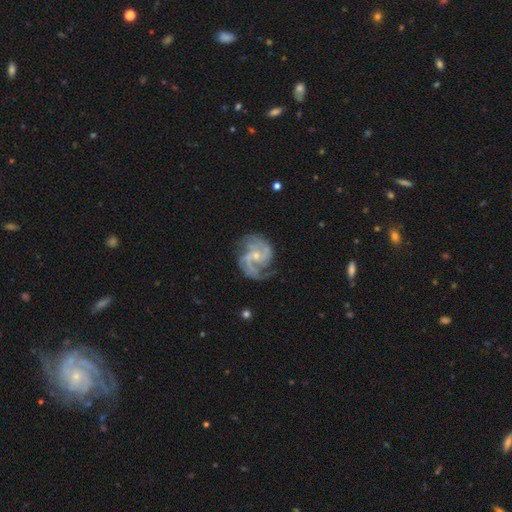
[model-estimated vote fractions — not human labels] A featured or disk galaxy (91%) with no bar (56%), 2 (58%) medium (55%) spiral arms (98%) and a small central bulge (68%).

Vote fractions:
- Smooth or featured? featured or disk: 91% / star or artifact: 5% / smooth: 5%
- Edge-on disk? no: 98% / yes: 2%
- Bar? no: 56% / weak: 36% / strong: 8%
- Spiral arms? yes: 98% / no: 2%
- Spiral winding? medium: 55% / tight: 29% / loose: 16%
- Spiral arm count? 2: 58% / 3: 23% / can't tell: 8% / 4: 4% / 1: 4% / more than 4: 4%
- Bulge size? small: 68% / moderate: 28% / none: 3% / large: 1% / dominant: 1%
- Merging? none: 69% / minor disturbance: 20% / major disturbance: 10% / merger: 2%